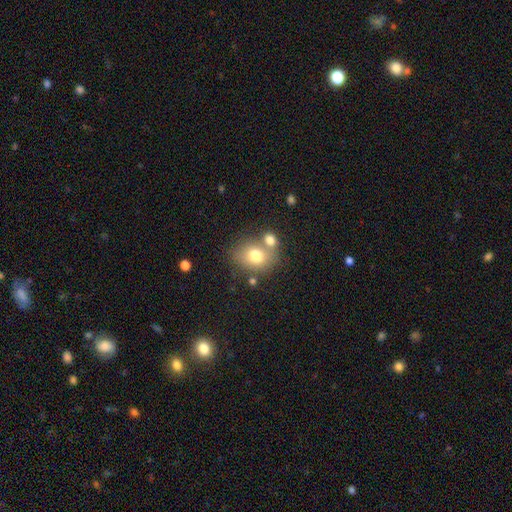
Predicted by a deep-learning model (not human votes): smooth_or_featured: smooth (p=0.73) [alt: featured or disk p=0.16]
how_rounded: round (p=0.55) [alt: in between p=0.44]
merging: none (p=0.53) [alt: merger p=0.30]